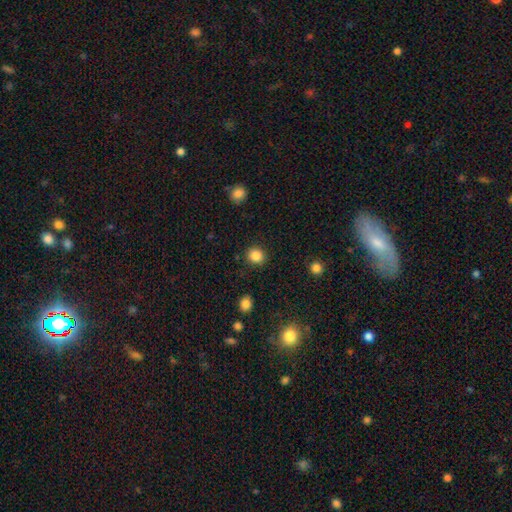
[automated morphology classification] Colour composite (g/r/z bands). It shows a smooth galaxy with no disk features (86%) that is round (84%). Merging: none (89%).